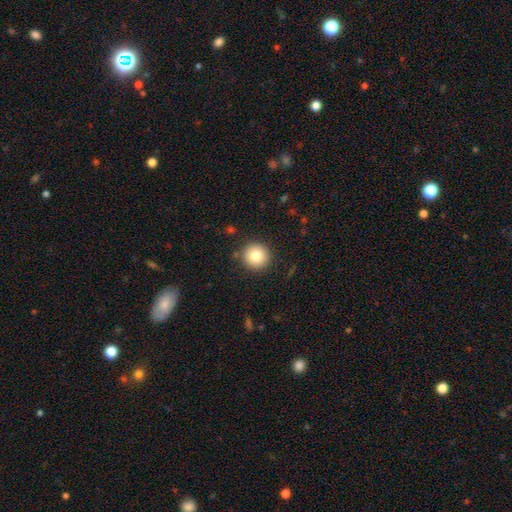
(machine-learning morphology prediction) smooth 83%, star or artifact 10%, featured or disk 7%. Down the decision tree: how rounded — round (95%); merging — none (90%).